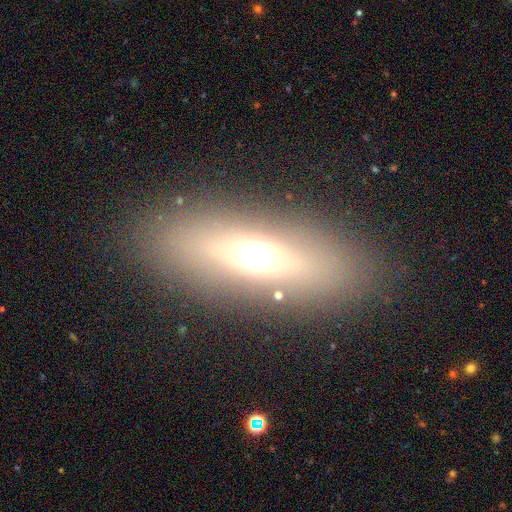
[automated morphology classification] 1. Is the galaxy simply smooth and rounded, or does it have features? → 49% smooth, 36% featured or disk, 15% star or artifact.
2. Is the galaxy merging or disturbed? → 85% none, 8% minor disturbance, 5% major disturbance, 1% merger.